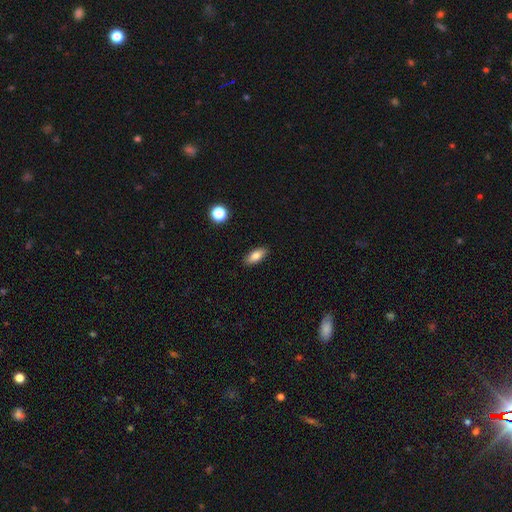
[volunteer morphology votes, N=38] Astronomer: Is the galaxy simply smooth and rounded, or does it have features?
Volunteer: smooth — 87%.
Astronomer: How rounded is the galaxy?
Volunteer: in between — 88%.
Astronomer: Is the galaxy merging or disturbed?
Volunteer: none — 81%.